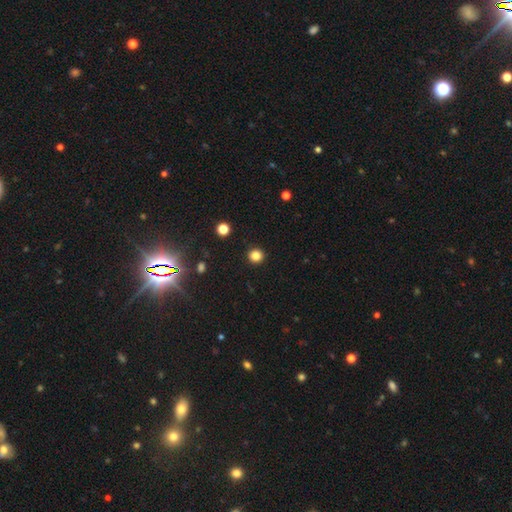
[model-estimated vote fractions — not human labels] This appears to be a smooth galaxy with no disk features (83%) that is round (94%). Merging: none (93%).